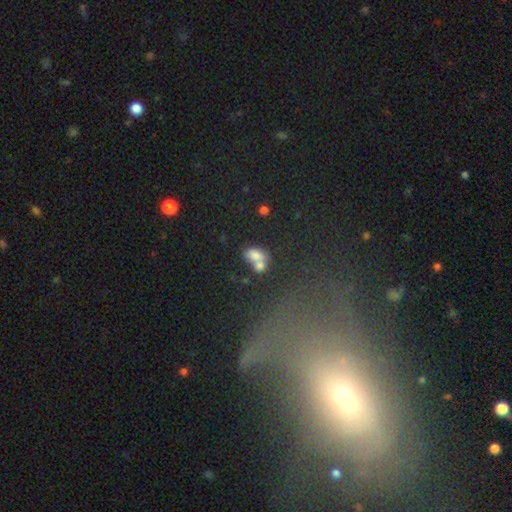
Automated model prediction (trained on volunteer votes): A smooth galaxy with no disk features (71%) that is in between round and cigar-shaped (75%). Merging: merger (59%).